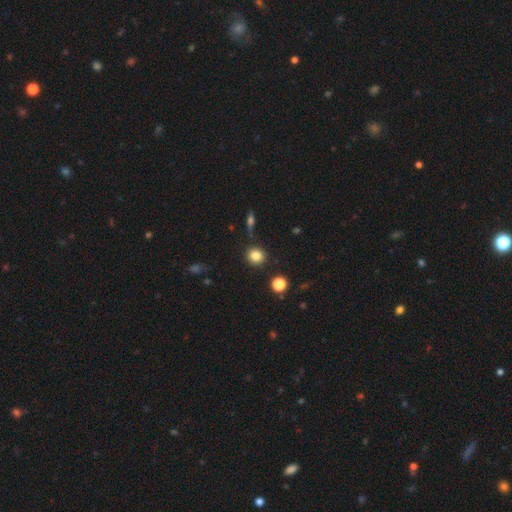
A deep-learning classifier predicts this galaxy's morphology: smooth_or_featured: smooth (p=0.82) [alt: star or artifact p=0.11]
how_rounded: round (p=0.89) [alt: in between p=0.09]
merging: none (p=0.87) [alt: minor disturbance p=0.07]